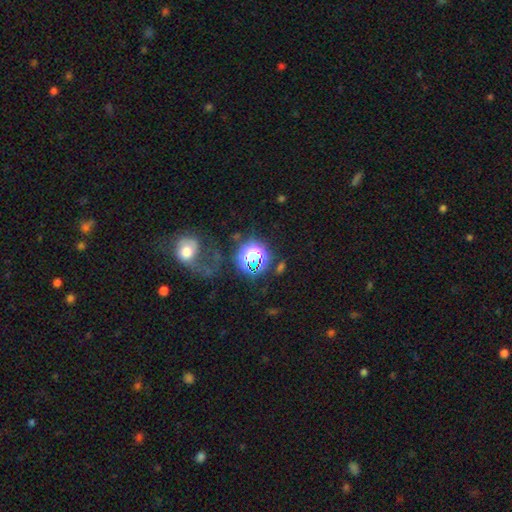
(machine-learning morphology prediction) This appears to be a star or artifact, not a galaxy (50%).